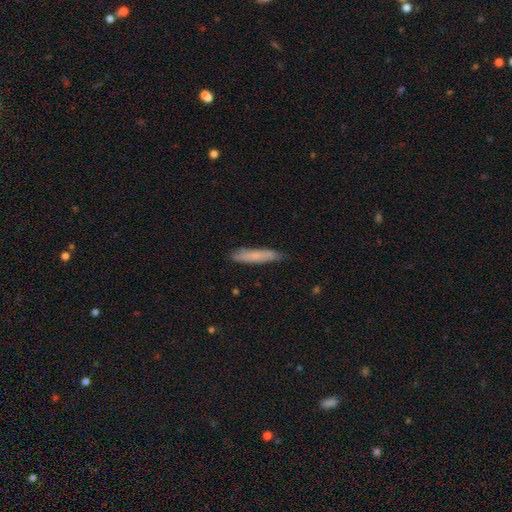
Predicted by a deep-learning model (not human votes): smooth_or_featured: smooth (p=0.74) [alt: featured or disk p=0.20]
how_rounded: cigar-shaped (p=0.87) [alt: in between p=0.11]
merging: none (p=0.83) [alt: minor disturbance p=0.14]